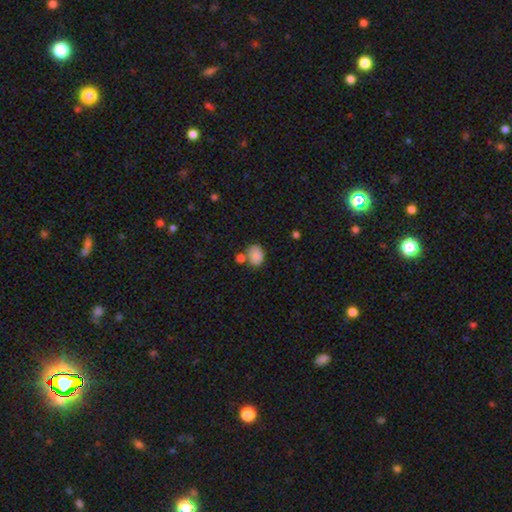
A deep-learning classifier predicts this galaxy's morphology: smooth_or_featured: smooth (p=0.85) [alt: star or artifact p=0.09]
how_rounded: in between (p=0.61) [alt: round p=0.38]
merging: none (p=0.58) [alt: merger p=0.20]